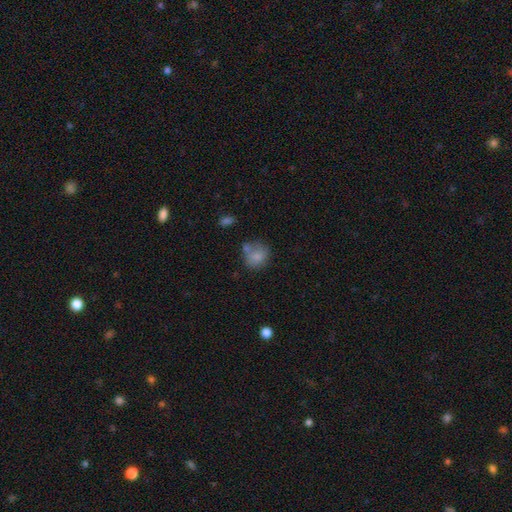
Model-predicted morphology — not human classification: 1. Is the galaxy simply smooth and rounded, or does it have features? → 78% smooth, 13% featured or disk, 10% star or artifact.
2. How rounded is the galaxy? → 73% round, 26% in between, 1% cigar-shaped.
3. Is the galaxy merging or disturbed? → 52% none, 20% minor disturbance, 20% merger, 8% major disturbance.